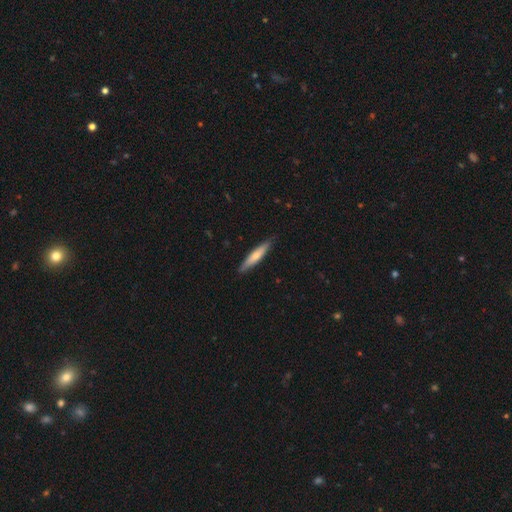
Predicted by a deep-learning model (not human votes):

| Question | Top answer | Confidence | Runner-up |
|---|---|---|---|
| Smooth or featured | smooth | 60% | featured or disk (34%) |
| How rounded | cigar-shaped | 88% | in between (10%) |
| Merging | none | 87% | minor disturbance (10%) |